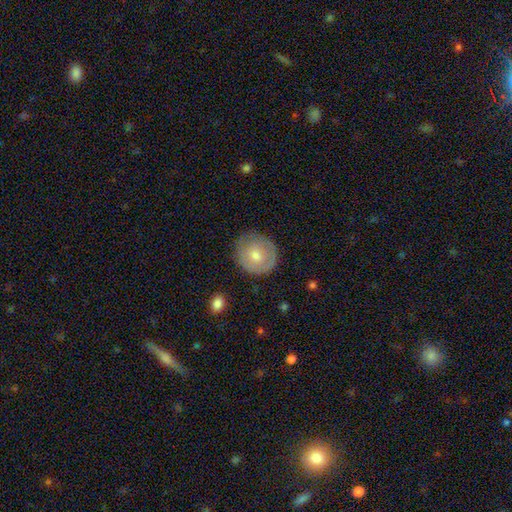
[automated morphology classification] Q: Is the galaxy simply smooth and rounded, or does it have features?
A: smooth — 58%.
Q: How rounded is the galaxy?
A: round — 87%.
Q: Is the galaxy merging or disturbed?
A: none — 77%.